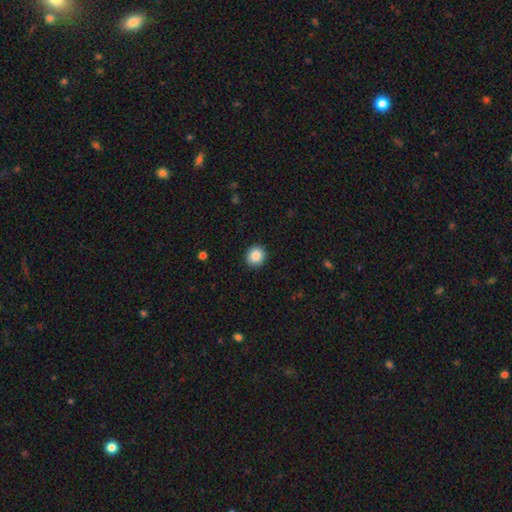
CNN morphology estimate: type=smooth (88%); roundness=round (86%); merging=none (91%).